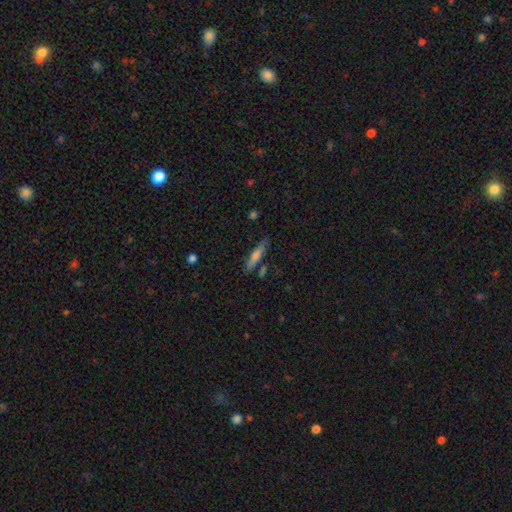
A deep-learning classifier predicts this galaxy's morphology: smooth_or_featured: smooth (p=0.58) [alt: featured or disk p=0.35]
how_rounded: cigar-shaped (p=0.86) [alt: in between p=0.12]
merging: none (p=0.82) [alt: minor disturbance p=0.11]